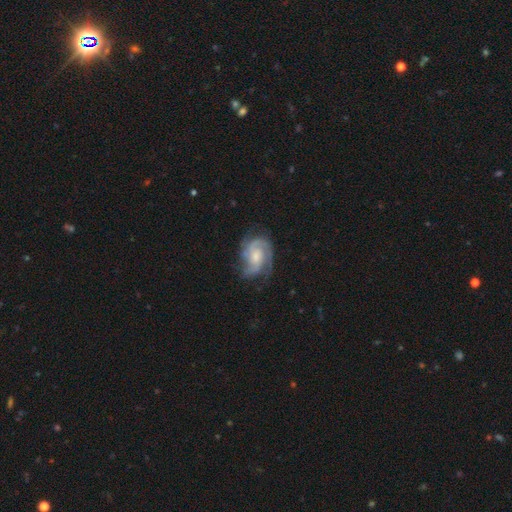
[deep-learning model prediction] Smooth or featured? Predicted: featured or disk (p=0.85). Edge-on disk? Predicted: no (p=0.98). Bar? Predicted: no (p=0.63). Spiral arms? Predicted: yes (p=0.96). Spiral winding? Predicted: medium (p=0.45). Spiral arm count? Predicted: 3 (p=0.38). Bulge size? Predicted: small (p=0.43). Merging? Predicted: none (p=0.63).